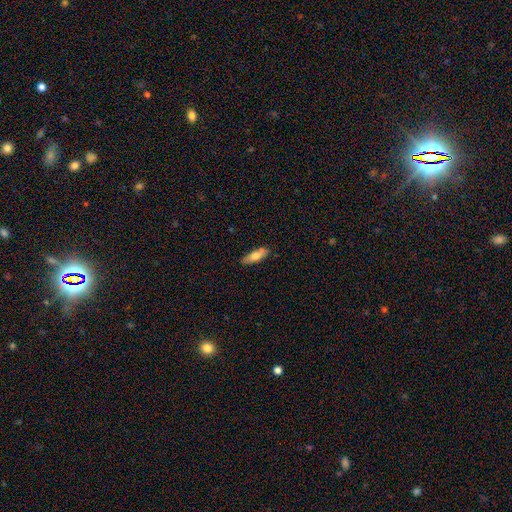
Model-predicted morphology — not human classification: smooth_or_featured: smooth (p=0.70) [alt: featured or disk p=0.24]
how_rounded: in between (p=0.54) [alt: cigar-shaped p=0.43]
merging: none (p=0.74) [alt: minor disturbance p=0.17]